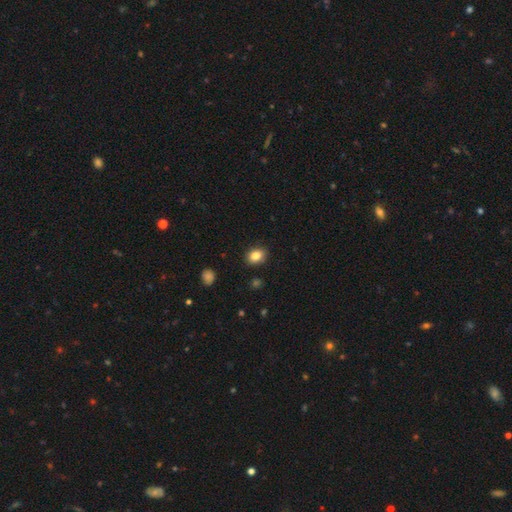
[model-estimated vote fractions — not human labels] Overall: smooth (84%). How rounded: in between (57%; round 42%). Merging: none (89%).